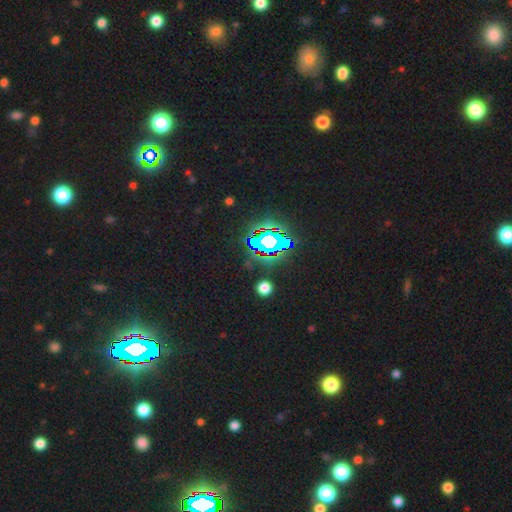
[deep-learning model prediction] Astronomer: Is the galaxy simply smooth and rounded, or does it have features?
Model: star or artifact — 81%.